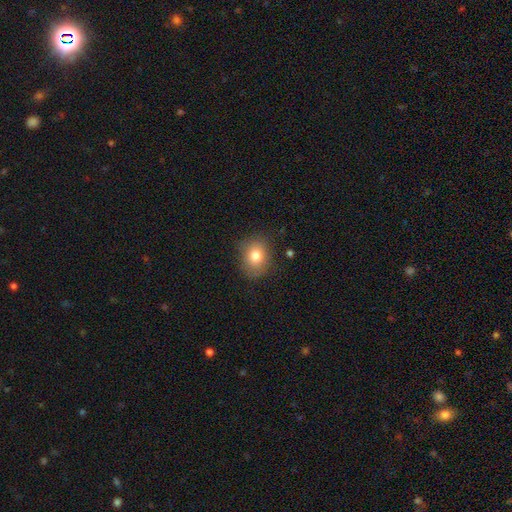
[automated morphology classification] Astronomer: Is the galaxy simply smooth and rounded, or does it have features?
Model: smooth — 80%.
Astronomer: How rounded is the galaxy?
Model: round — 55% (runner-up: in between, 44%).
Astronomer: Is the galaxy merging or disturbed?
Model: none — 79%.